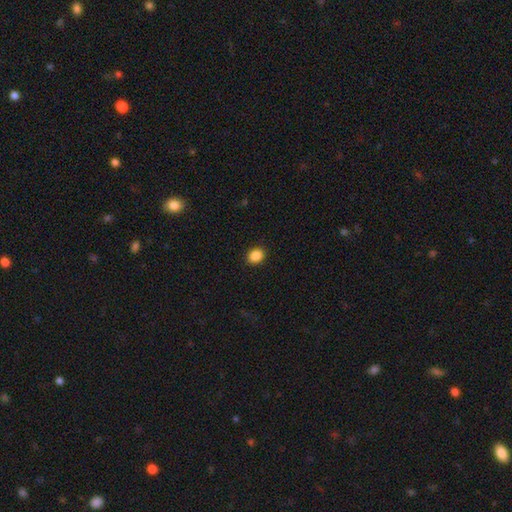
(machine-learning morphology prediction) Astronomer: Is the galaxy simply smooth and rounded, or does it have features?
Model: smooth — 87%.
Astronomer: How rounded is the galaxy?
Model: round — 54% (runner-up: in between, 45%).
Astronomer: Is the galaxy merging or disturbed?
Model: none — 91%.